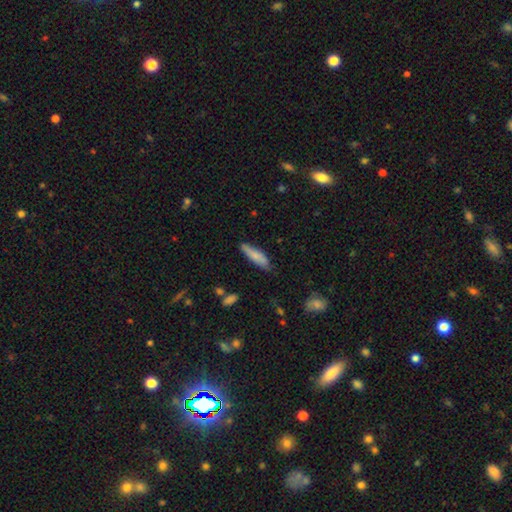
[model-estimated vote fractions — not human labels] Overall: smooth (80%). How rounded: cigar-shaped (66%; in between 32%). Merging: none (75%).